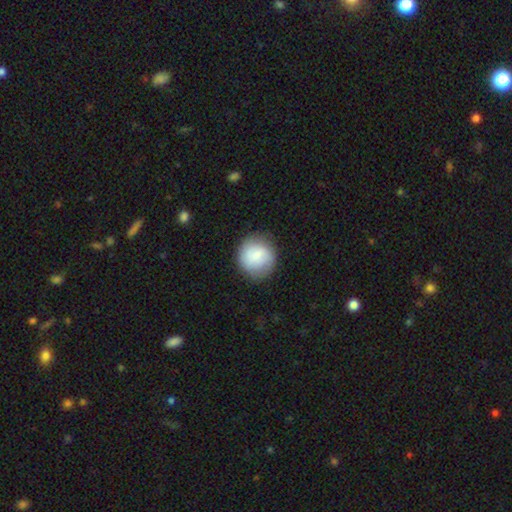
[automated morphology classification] smooth_or_featured: smooth (p=0.74) [alt: featured or disk p=0.19]
how_rounded: round (p=0.89) [alt: in between p=0.10]
merging: none (p=0.80) [alt: minor disturbance p=0.15]